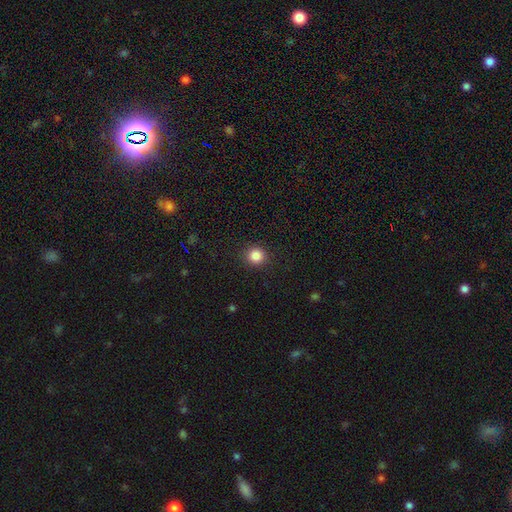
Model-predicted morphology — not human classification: This is clearly a smooth galaxy (85%). How rounded: clearly round (91%). Merging: clearly none (90%).